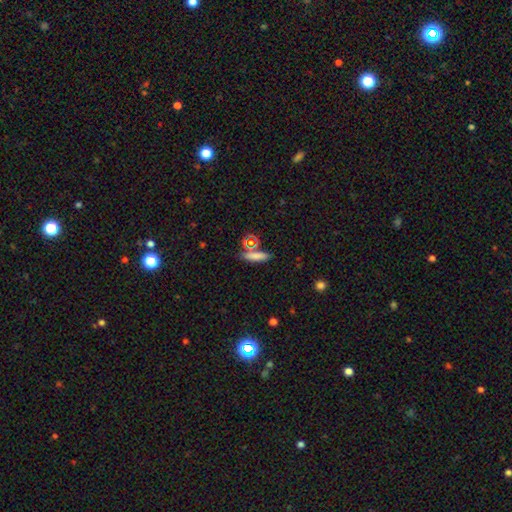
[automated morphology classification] Q: Smooth or featured?
A: smooth (77%); runner-up: star or artifact (12%)
Q: How rounded?
A: cigar-shaped (68%); runner-up: in between (26%)
Q: Merging?
A: none (80%); runner-up: minor disturbance (10%)